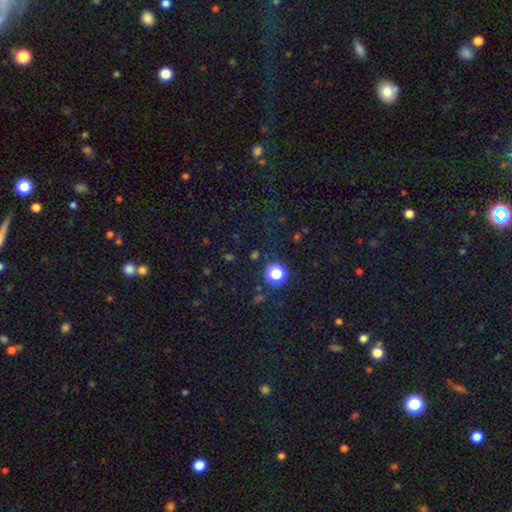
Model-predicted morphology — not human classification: A star or artifact, not a galaxy (51%).

Vote fractions:
- Smooth or featured? star or artifact: 51% / smooth: 43% / featured or disk: 6%